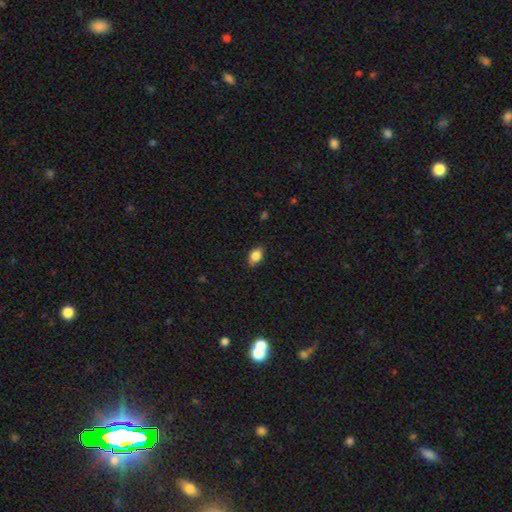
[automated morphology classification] The model was most divided on "how rounded": in between: 80%, round: 18%, cigar-shaped: 2%. More confident: smooth or featured — smooth (85%); merging — none (81%).